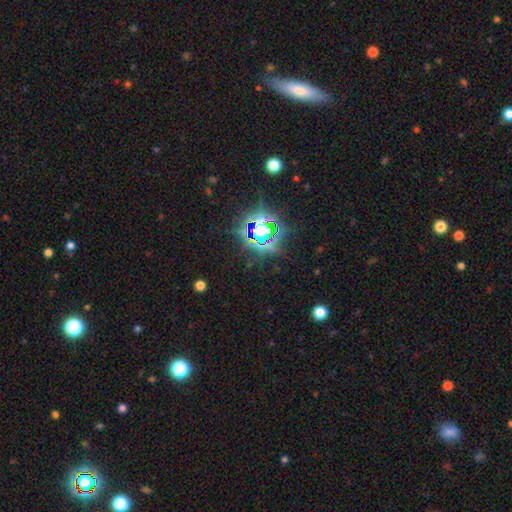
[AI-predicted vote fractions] A star or artifact, not a galaxy (77%).